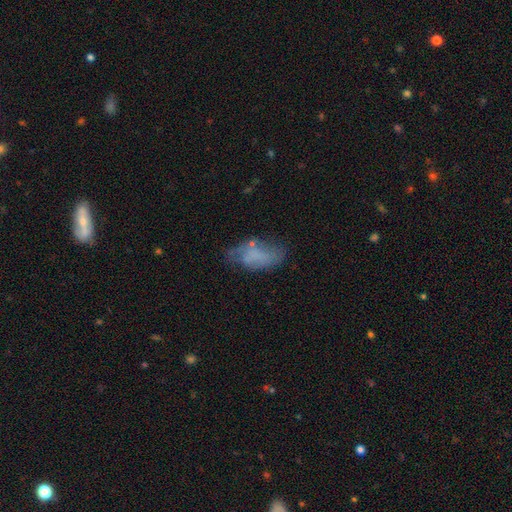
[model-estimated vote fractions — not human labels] smooth-or-featured: smooth: 53% | featured or disk: 36% | star or artifact: 10%
  how-rounded: in between: 90% | cigar-shaped: 7% | round: 4%
  merging: none: 48% | minor disturbance: 29% | major disturbance: 18% | merger: 5%